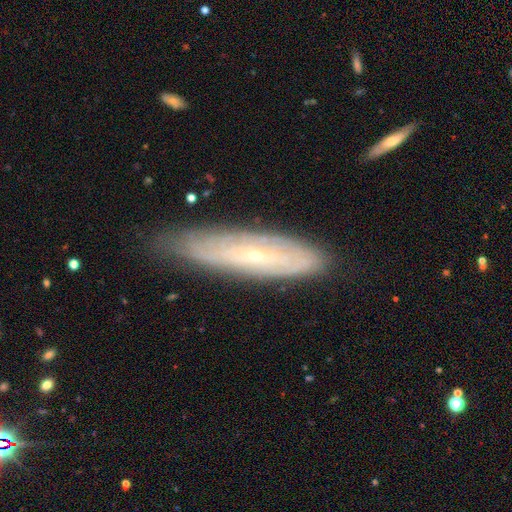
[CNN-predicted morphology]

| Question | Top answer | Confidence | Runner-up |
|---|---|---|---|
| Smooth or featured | featured or disk | 68% | smooth (25%) |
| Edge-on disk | no | 66% | yes (34%) |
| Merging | none | 75% | minor disturbance (19%) |